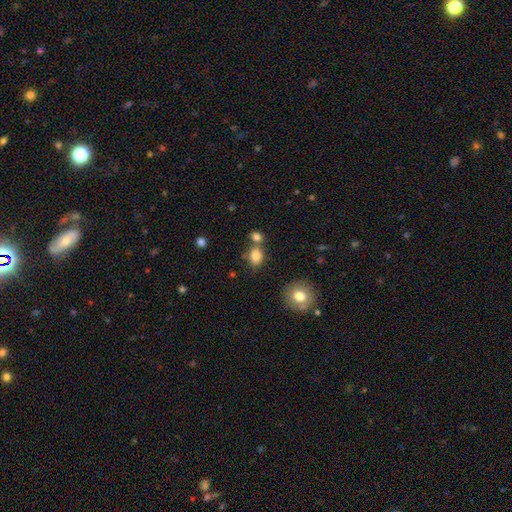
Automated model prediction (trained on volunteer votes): This is clearly a smooth galaxy (83%). How rounded: likely in between (74%). Merging: possibly none (60%).